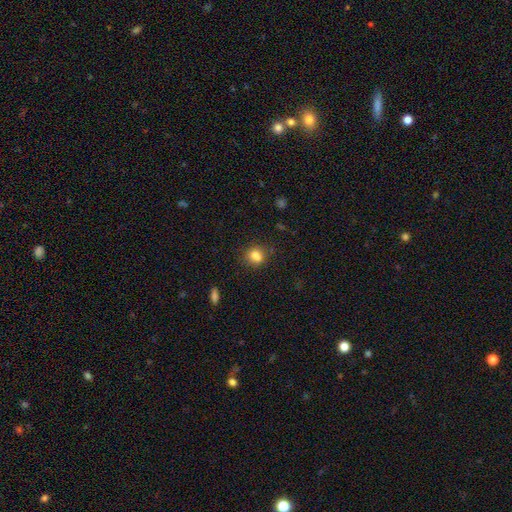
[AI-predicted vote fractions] Q: Smooth or featured?
A: smooth (79%); runner-up: star or artifact (12%)
Q: How rounded?
A: round (58%); runner-up: in between (40%)
Q: Merging?
A: none (66%); runner-up: minor disturbance (16%)